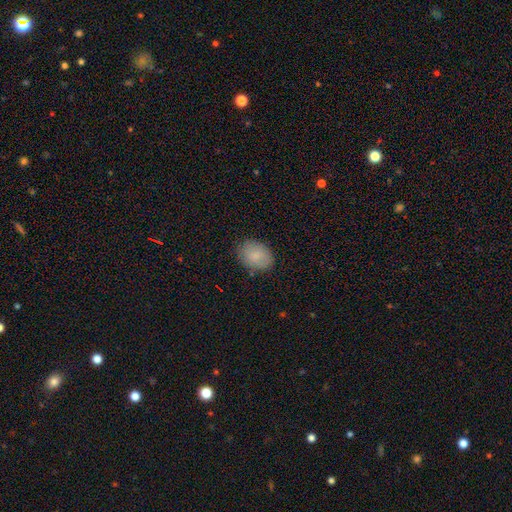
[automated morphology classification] smooth-or-featured: smooth: 84% | featured or disk: 9% | star or artifact: 7%
  how-rounded: in between: 75% | round: 24% | cigar-shaped: 1%
  merging: none: 83% | minor disturbance: 13% | major disturbance: 3% | merger: 1%